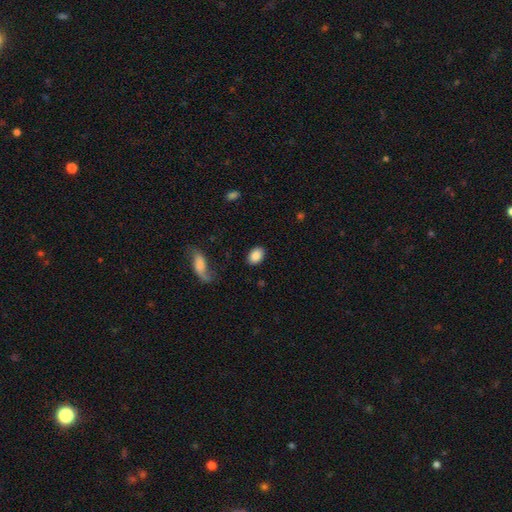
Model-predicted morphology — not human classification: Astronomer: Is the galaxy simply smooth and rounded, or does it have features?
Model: smooth — 86%.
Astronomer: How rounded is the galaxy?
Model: in between — 83%.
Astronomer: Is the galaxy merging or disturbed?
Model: none — 85%.